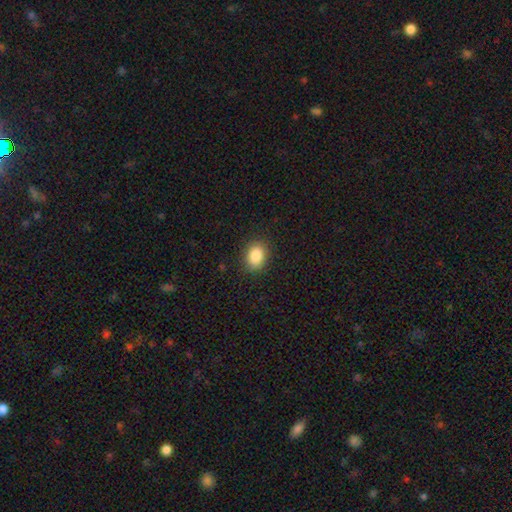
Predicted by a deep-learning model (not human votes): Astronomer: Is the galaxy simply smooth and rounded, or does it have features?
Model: smooth — 88%.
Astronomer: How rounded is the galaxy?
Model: in between — 66%.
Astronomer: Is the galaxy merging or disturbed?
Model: none — 87%.